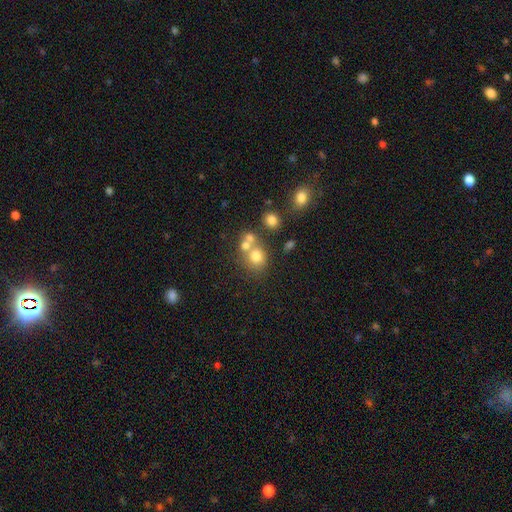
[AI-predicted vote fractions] smooth-or-featured: smooth: 69% | featured or disk: 16% | star or artifact: 15%
  how-rounded: round: 77% | in between: 22% | cigar-shaped: 1%
  merging: none: 46% | merger: 40% | minor disturbance: 9% | major disturbance: 5%